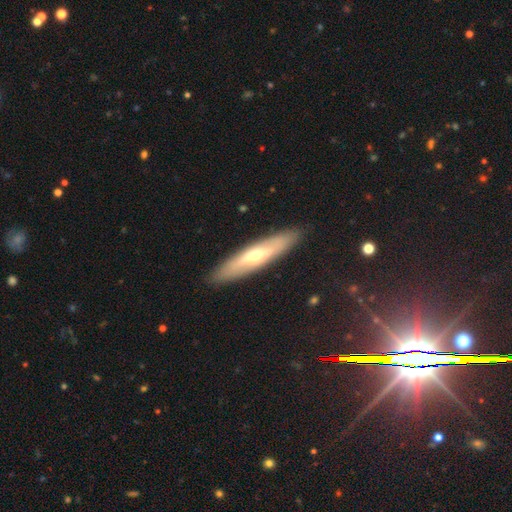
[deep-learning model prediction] featured or disk 59%, smooth 35%, star or artifact 6%. Down the decision tree: edge-on disk — yes (64%); merging — none (88%).